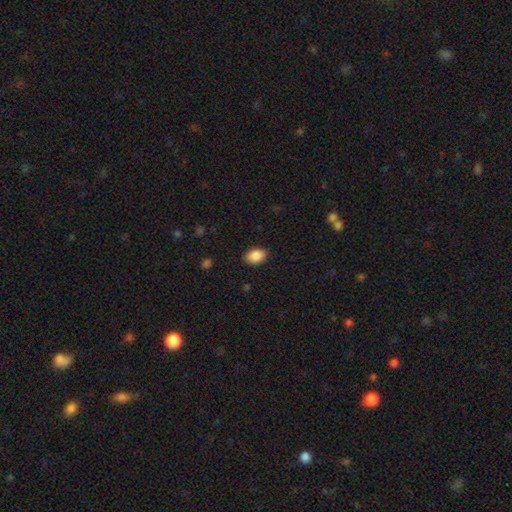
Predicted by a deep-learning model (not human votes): Smooth or featured? Predicted: smooth (p=0.88). How rounded? Predicted: in between (p=0.87). Merging? Predicted: none (p=0.87).